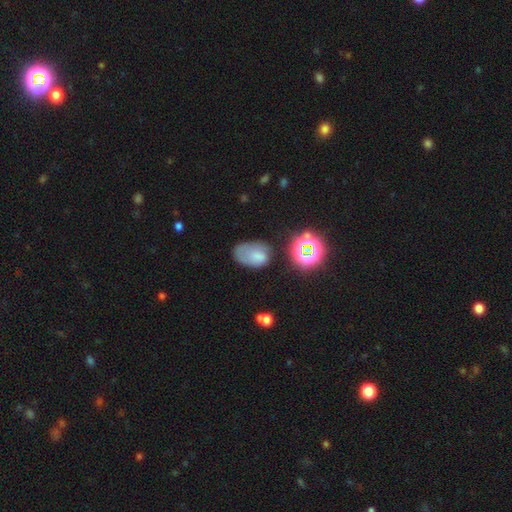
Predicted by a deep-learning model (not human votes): Smooth or featured? smooth (67%)
How rounded? in between (85%)
Merging? none (40%)